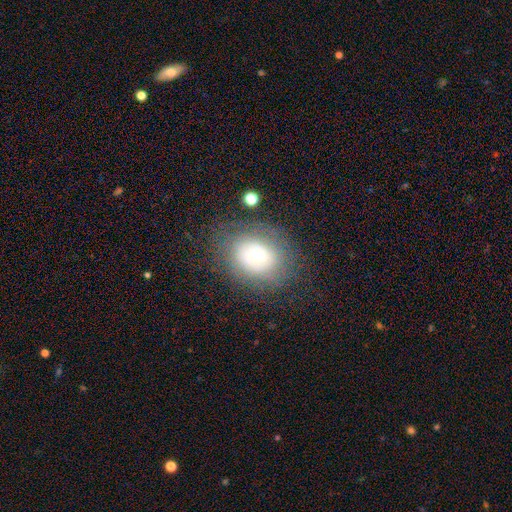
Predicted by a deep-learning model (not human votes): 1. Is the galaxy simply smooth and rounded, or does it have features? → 52% smooth, 36% featured or disk, 12% star or artifact.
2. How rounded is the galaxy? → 50% round, 49% in between, 1% cigar-shaped.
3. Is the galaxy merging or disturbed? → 74% none, 15% minor disturbance, 9% major disturbance, 2% merger.